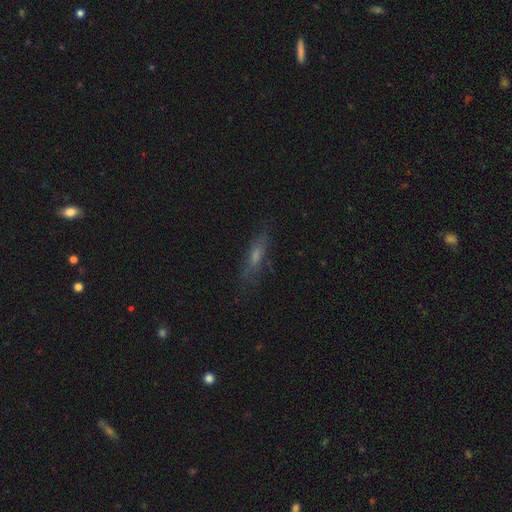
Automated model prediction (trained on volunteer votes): Smooth or featured? smooth (42%)
Merging? none (74%)